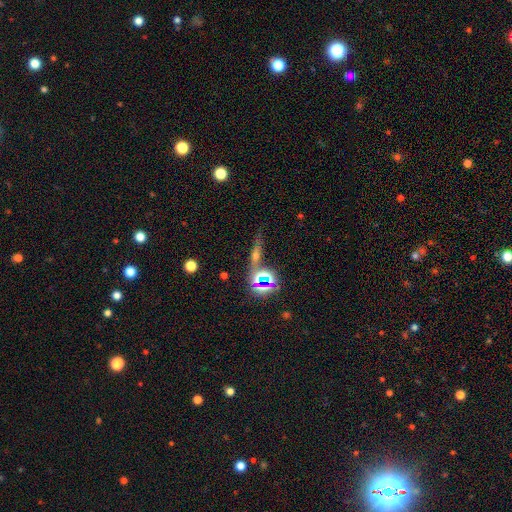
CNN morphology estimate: smooth_or_featured: star or artifact (p=0.47) [alt: smooth p=0.27]